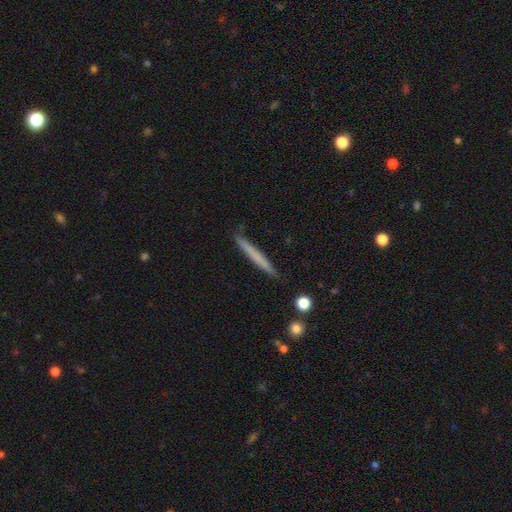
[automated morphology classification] smooth_or_featured: smooth (p=0.62) [alt: featured or disk p=0.33]
how_rounded: cigar-shaped (p=0.97) [alt: in between p=0.02]
merging: none (p=0.89) [alt: minor disturbance p=0.08]